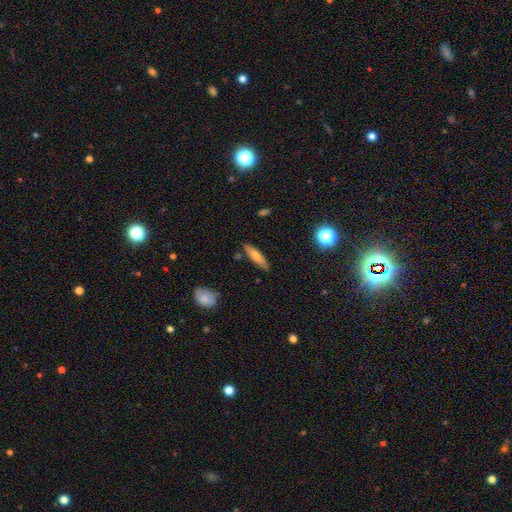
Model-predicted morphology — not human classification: Overall: smooth (65%; featured or disk 28%). How rounded: cigar-shaped (72%). Merging: none (83%).